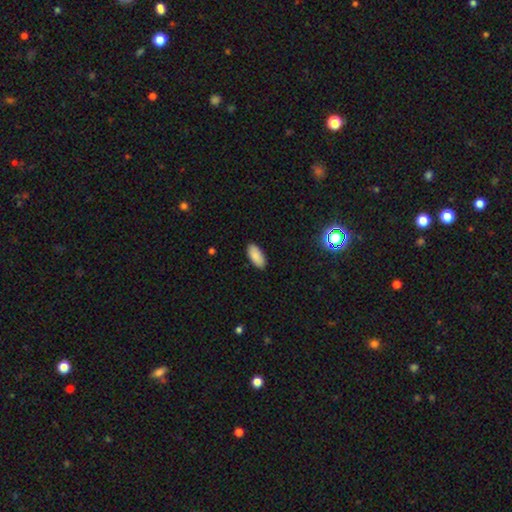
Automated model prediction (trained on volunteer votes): smooth_or_featured: smooth (p=0.88) [alt: star or artifact p=0.08]
how_rounded: in between (p=0.91) [alt: cigar-shaped p=0.07]
merging: none (p=0.89) [alt: minor disturbance p=0.08]